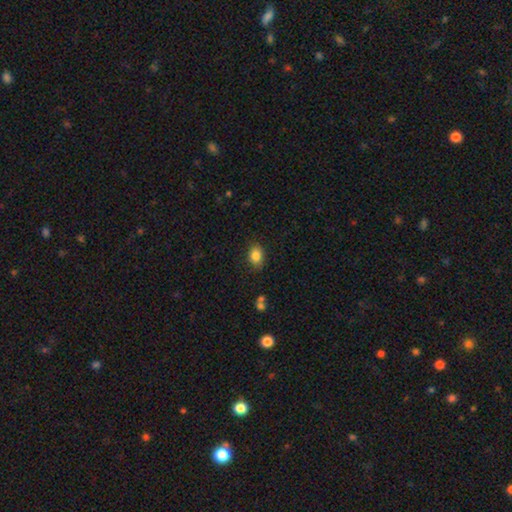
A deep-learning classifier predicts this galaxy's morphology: smooth_or_featured: smooth (p=0.85) [alt: star or artifact p=0.09]
how_rounded: in between (p=0.75) [alt: round p=0.24]
merging: none (p=0.83) [alt: minor disturbance p=0.13]